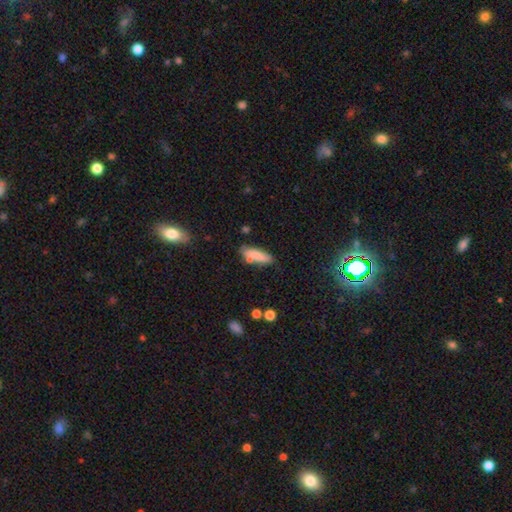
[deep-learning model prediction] This is likely a smooth galaxy (76%). How rounded: possibly in between (51%). Merging: likely none (62%).